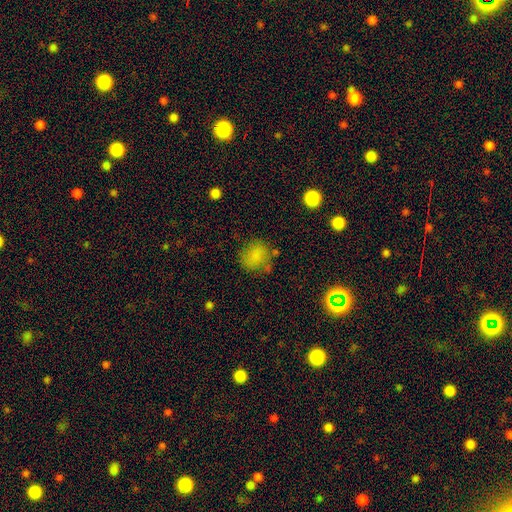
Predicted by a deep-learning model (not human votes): Smooth or featured? smooth (79%)
How rounded? round (76%)
Merging? none (68%)